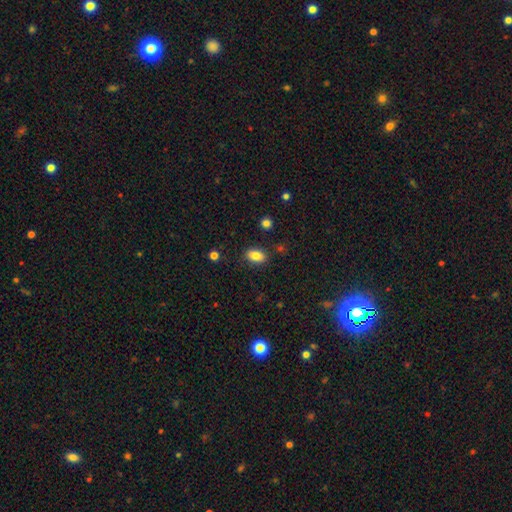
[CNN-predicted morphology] smooth 84%, star or artifact 9%, featured or disk 8%. Down the decision tree: how rounded — in between (87%); merging — none (86%).